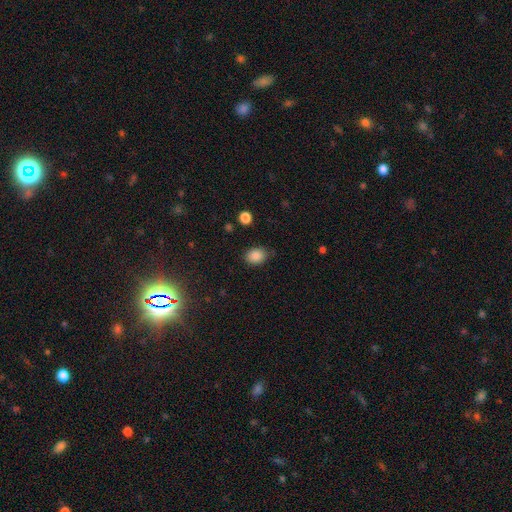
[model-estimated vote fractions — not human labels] smooth 87%, star or artifact 9%, featured or disk 4%. Down the decision tree: how rounded — in between (62%); merging — none (79%).